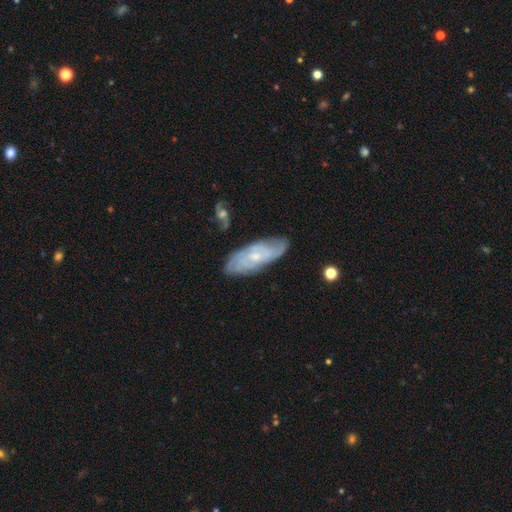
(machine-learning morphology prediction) This is likely a featured or disk galaxy (70%). It is clearly not viewed edge-on (86%). Bar: likely no (68%). Spiral arm pattern: clearly yes (88%). Spiral arm count: possibly can't tell (50%). Spiral winding: possibly tight (59%). Central bulge: likely small (68%). Merging: likely none (76%).